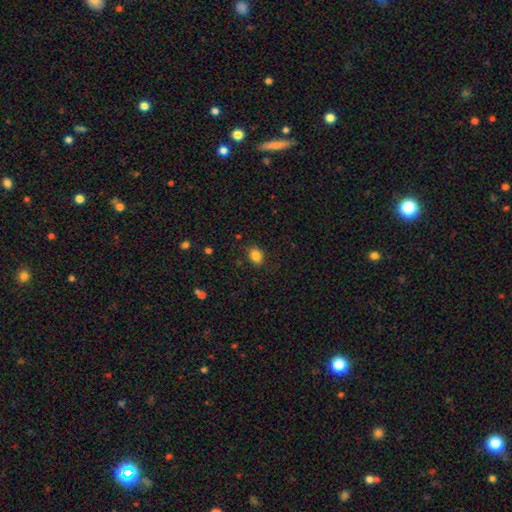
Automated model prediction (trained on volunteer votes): Smooth or featured: smooth — 84% (star or artifact — 10%)
How rounded: in between — 59% (round — 40%)
Merging: none — 80% (minor disturbance — 15%)